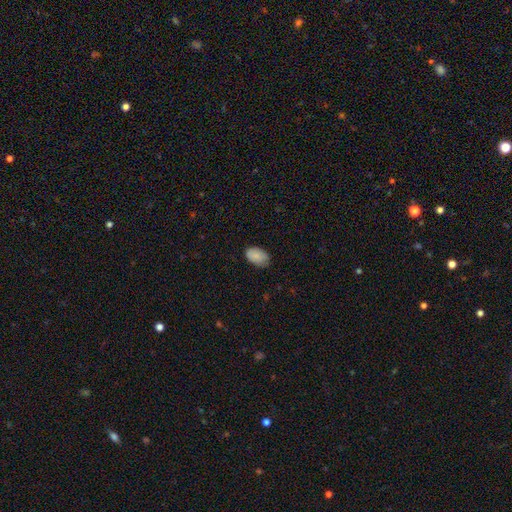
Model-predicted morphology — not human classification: smooth-or-featured: smooth: 86% | featured or disk: 7% | star or artifact: 7%
  how-rounded: in between: 91% | round: 8% | cigar-shaped: 1%
  merging: none: 75% | minor disturbance: 21% | major disturbance: 3% | merger: 1%